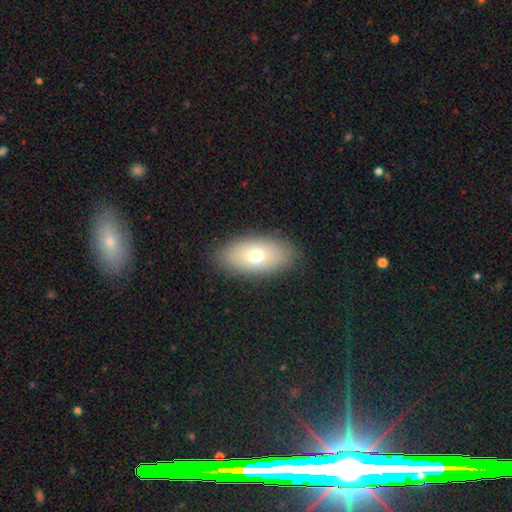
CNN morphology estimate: The model was most divided on "smooth or featured": smooth: 71%, featured or disk: 21%, star or artifact: 9%. More confident: how rounded — in between (91%); merging — none (88%).